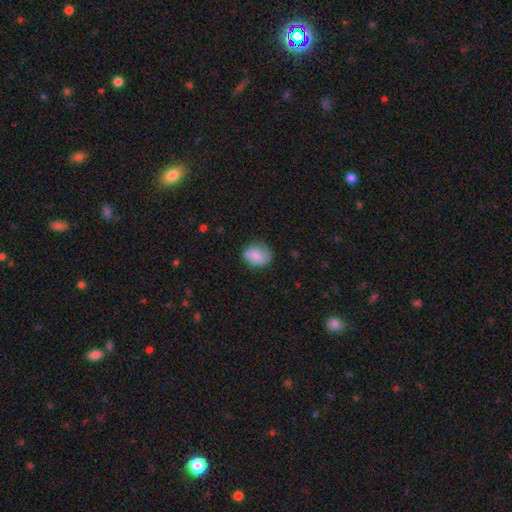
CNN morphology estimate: smooth 70%, featured or disk 22%, star or artifact 8%. Down the decision tree: how rounded — round (57%); merging — none (64%).